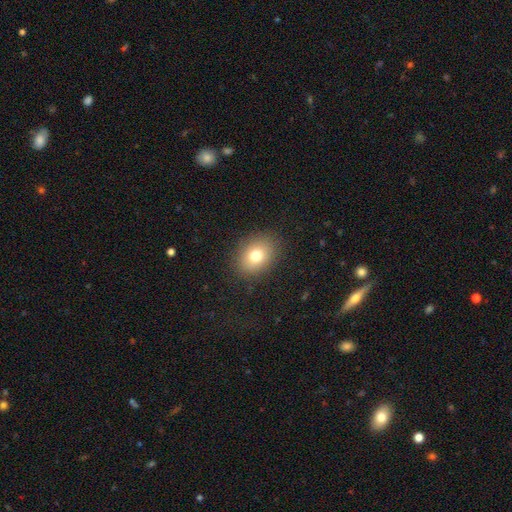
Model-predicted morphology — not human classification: Smooth or featured: smooth — 77% (star or artifact — 12%)
How rounded: in between — 59% (round — 40%)
Merging: none — 87% (minor disturbance — 9%)